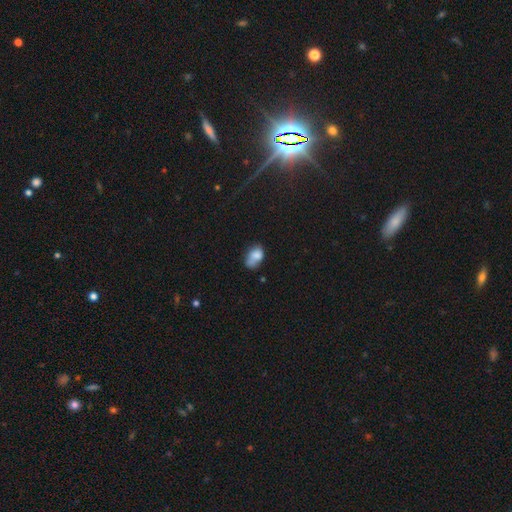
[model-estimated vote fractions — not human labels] Smooth or featured: smooth — 76% (featured or disk — 14%)
How rounded: in between — 83% (round — 15%)
Merging: none — 36% (minor disturbance — 31%)